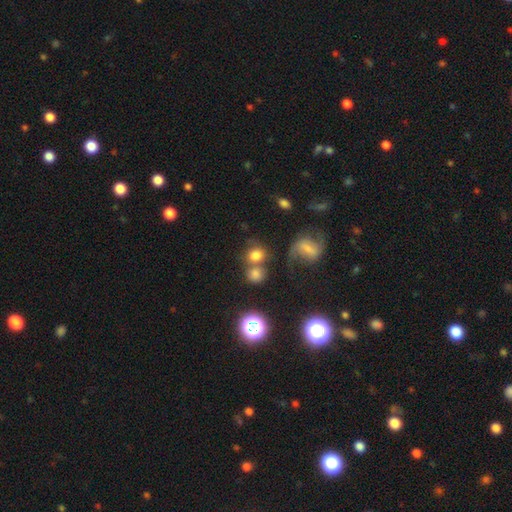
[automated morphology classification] smooth 73%, star or artifact 15%, featured or disk 12%. Down the decision tree: how rounded — round (75%); merging — none (44%).